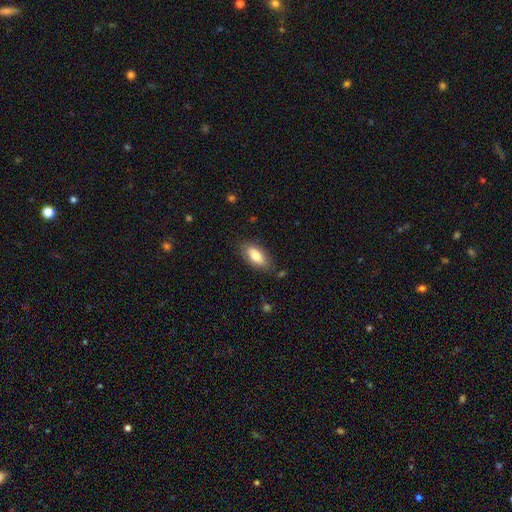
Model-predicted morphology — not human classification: This appears to be a smooth galaxy with no disk features (78%) that is in between round and cigar-shaped (86%). Merging: none (81%).